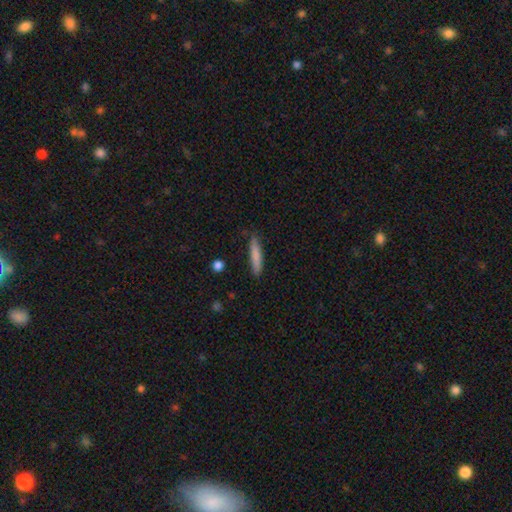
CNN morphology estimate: A smooth galaxy with no disk features (80%) that is cigar-shaped (89%). Merging: none (84%).